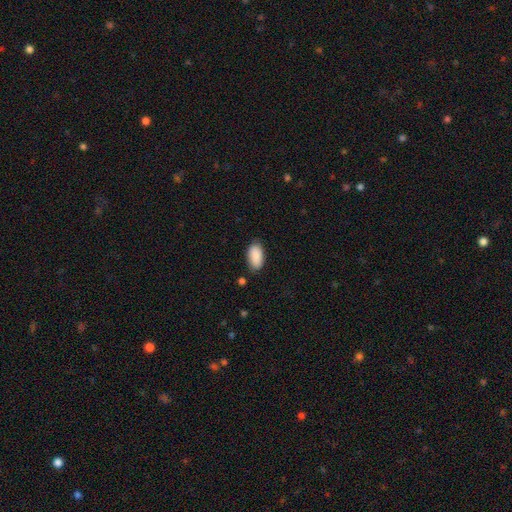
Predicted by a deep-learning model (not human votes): Smooth or featured? Predicted: smooth (p=0.90). How rounded? Predicted: in between (p=0.94). Merging? Predicted: none (p=0.79).